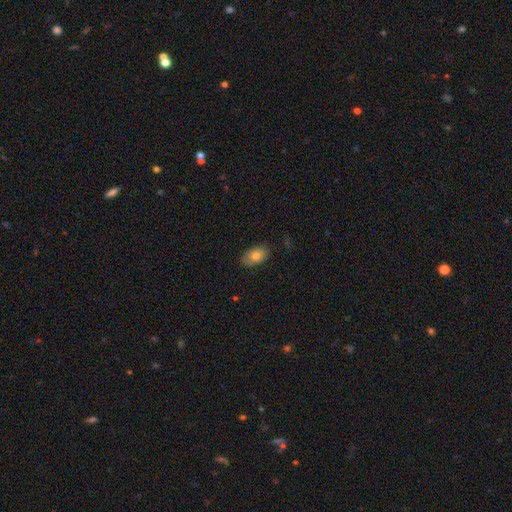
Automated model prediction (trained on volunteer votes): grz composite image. It shows a smooth galaxy with no disk features (77%) that is in between round and cigar-shaped (90%). Merging: none (79%).